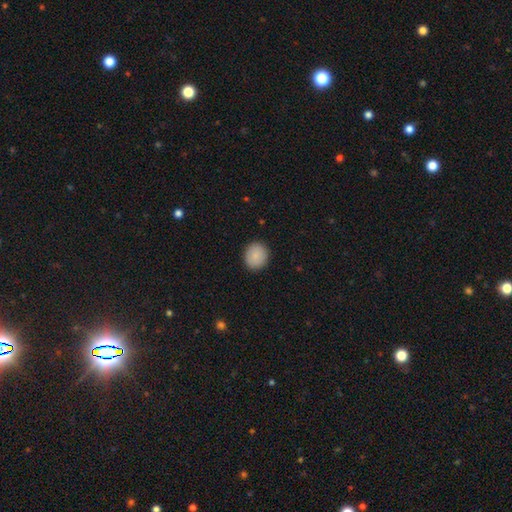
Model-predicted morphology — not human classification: This is clearly a smooth galaxy (89%). How rounded: likely round (77%). Merging: clearly none (91%).